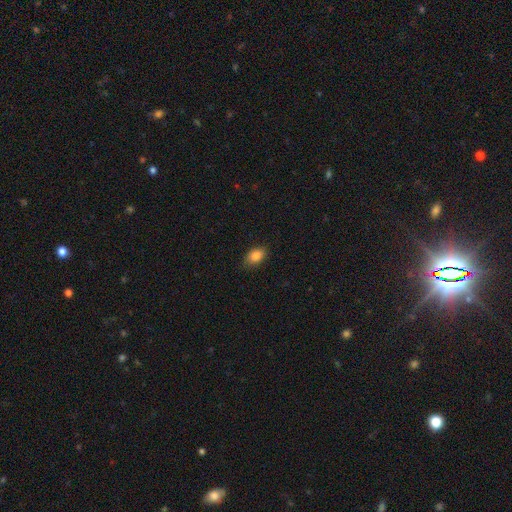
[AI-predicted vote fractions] smooth_or_featured: smooth (p=0.86) [alt: star or artifact p=0.09]
how_rounded: in between (p=0.86) [alt: round p=0.12]
merging: none (p=0.83) [alt: minor disturbance p=0.13]